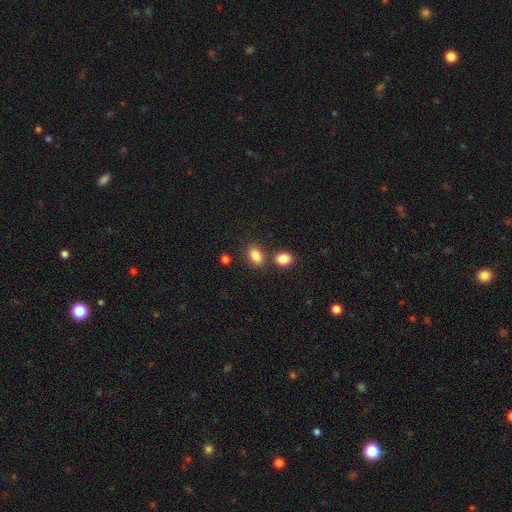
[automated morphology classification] smooth 85%, star or artifact 9%, featured or disk 5%. Down the decision tree: how rounded — in between (85%); merging — none (69%).